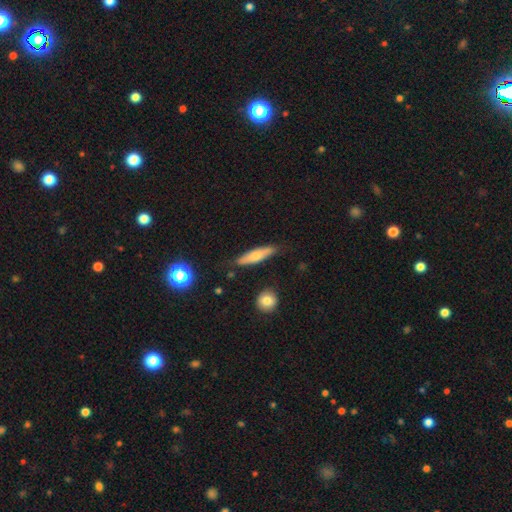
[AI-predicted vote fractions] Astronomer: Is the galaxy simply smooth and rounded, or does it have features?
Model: smooth — 63%.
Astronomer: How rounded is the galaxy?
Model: cigar-shaped — 71%.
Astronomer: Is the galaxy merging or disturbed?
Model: none — 81%.